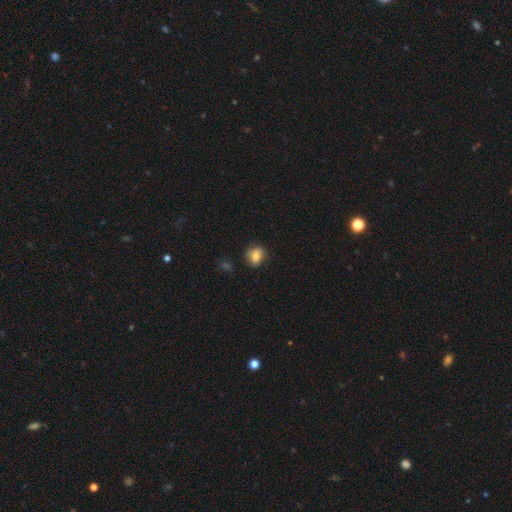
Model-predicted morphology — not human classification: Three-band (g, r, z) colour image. It shows a smooth galaxy with no disk features (80%) that is round (59%). Merging: none (81%).